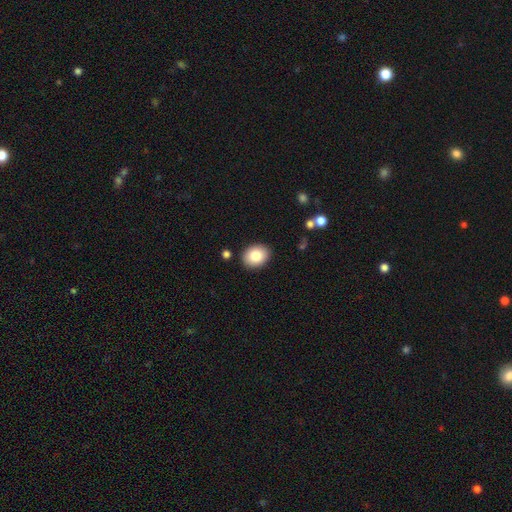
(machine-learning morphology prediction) This appears to be a smooth galaxy with no disk features (83%) that is in between round and cigar-shaped (54%). Merging: none (89%).